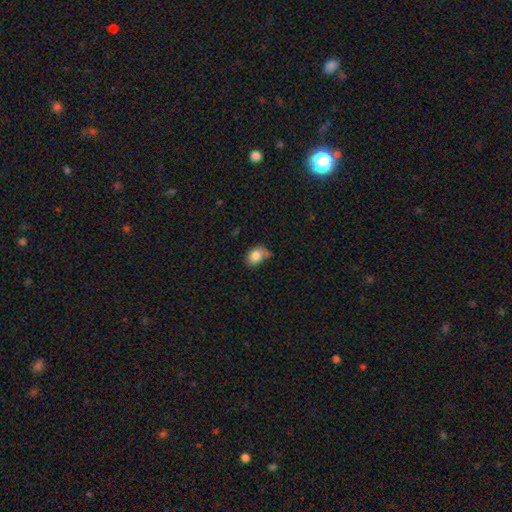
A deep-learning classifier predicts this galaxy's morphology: A smooth galaxy with no disk features (84%) that is in between round and cigar-shaped (67%).

Vote fractions:
- Smooth or featured? smooth: 84% / star or artifact: 9% / featured or disk: 8%
- How rounded? in between: 67% / round: 32% / cigar-shaped: 1%
- Merging? none: 58% / minor disturbance: 25% / merger: 11% / major disturbance: 6%